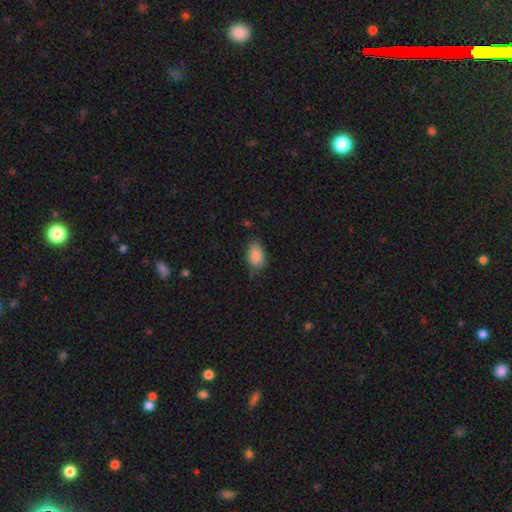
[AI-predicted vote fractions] Smooth or featured?
  - smooth: 86% *
  - star or artifact: 7%
  - featured or disk: 7%
How rounded?
  - in between: 90% *
  - round: 9%
  - cigar-shaped: 2%
Merging?
  - none: 70% *
  - minor disturbance: 24%
  - major disturbance: 5%
  - merger: 1%